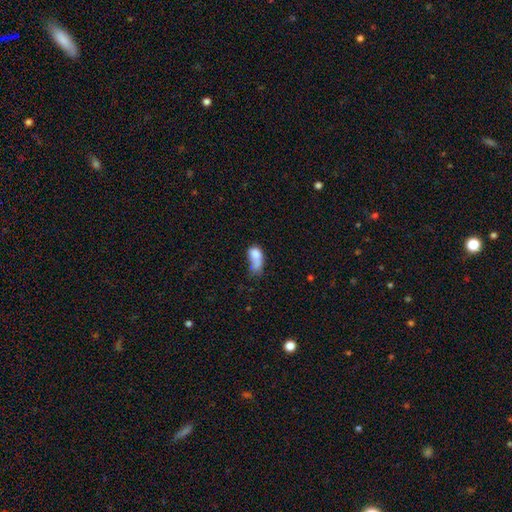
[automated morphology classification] smooth 72%, featured or disk 18%, star or artifact 10%. Down the decision tree: how rounded — in between (80%); merging — merger (35%).